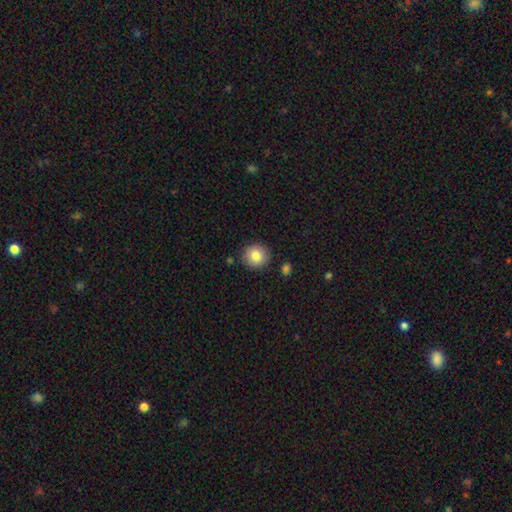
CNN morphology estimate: type=smooth (83%); roundness=round (91%); merging=none (87%).